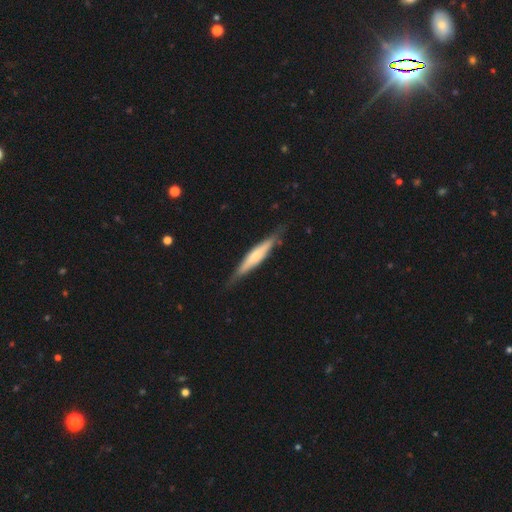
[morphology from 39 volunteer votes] smooth-or-featured: featured or disk: 56% | smooth: 38% | star or artifact: 5%
  disk-edge-on: yes: 95% | no: 5%
    edge-on-bulge: rounded: 67% | none: 33% | boxy: 0%
  merging: none: 81% | minor disturbance: 19% | major disturbance: 0% | merger: 0%